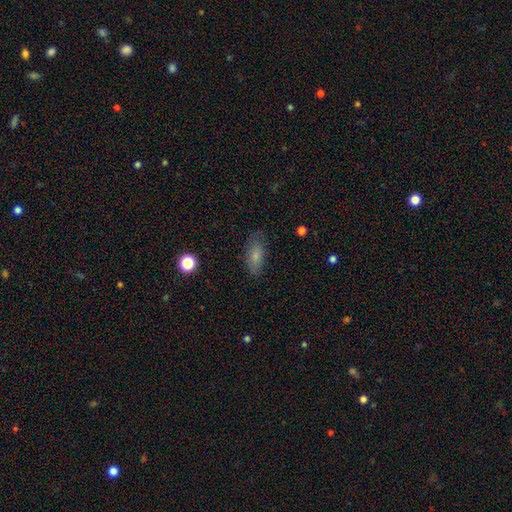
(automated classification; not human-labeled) smooth 75%, featured or disk 16%, star or artifact 9%. Down the decision tree: how rounded — in between (83%); merging — none (73%).